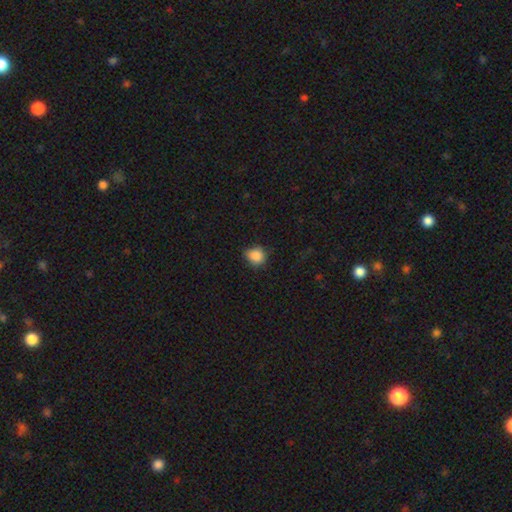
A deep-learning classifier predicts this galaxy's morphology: type=smooth (87%); roundness=round (82%); merging=none (74%).